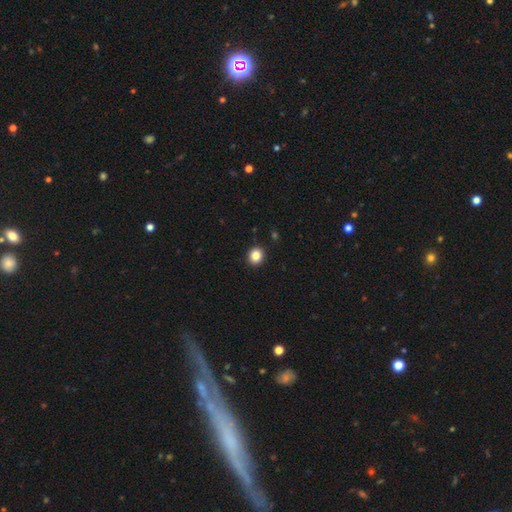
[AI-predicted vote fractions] Smooth or featured? Predicted: smooth (p=0.85). How rounded? Predicted: round (p=0.82). Merging? Predicted: none (p=0.92).